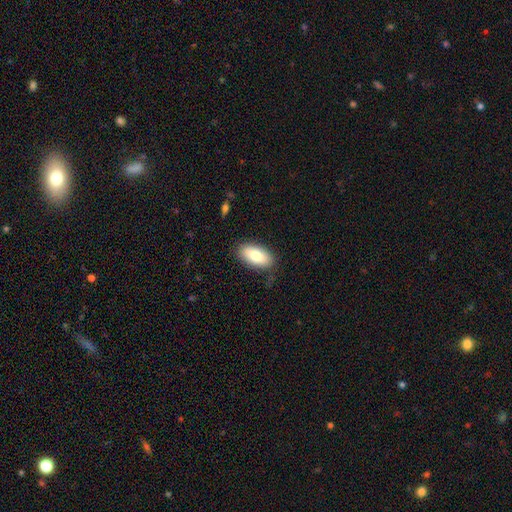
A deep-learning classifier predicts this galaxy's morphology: Smooth or featured? Predicted: smooth (p=0.80). How rounded? Predicted: in between (p=0.93). Merging? Predicted: none (p=0.81).